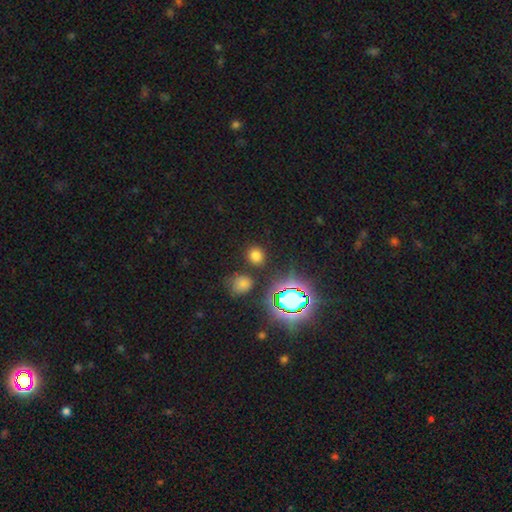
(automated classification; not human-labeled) smooth-or-featured: smooth: 71% | star or artifact: 23% | featured or disk: 6%
  how-rounded: round: 81% | in between: 17% | cigar-shaped: 1%
  merging: none: 84% | minor disturbance: 8% | merger: 5% | major disturbance: 3%